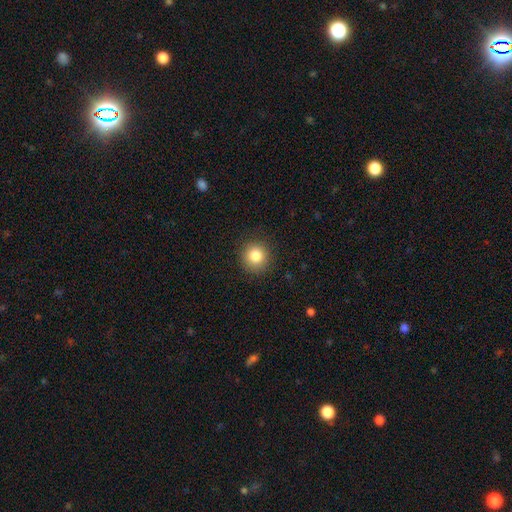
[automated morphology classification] A smooth galaxy with no disk features (83%) that is round (92%). Merging: none (90%).